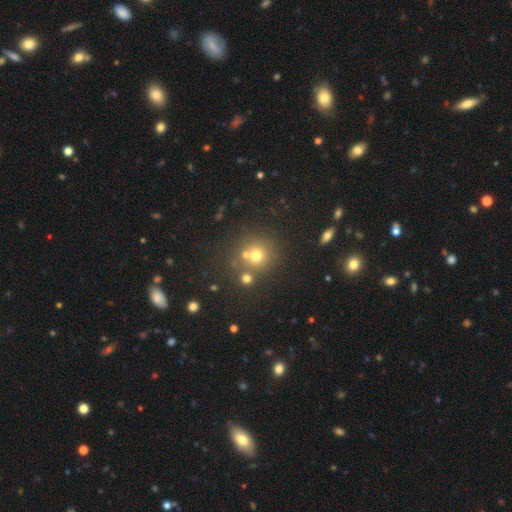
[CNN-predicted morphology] smooth_or_featured: smooth (p=0.66) [alt: star or artifact p=0.20]
how_rounded: round (p=0.90) [alt: in between p=0.09]
merging: none (p=0.64) [alt: merger p=0.23]